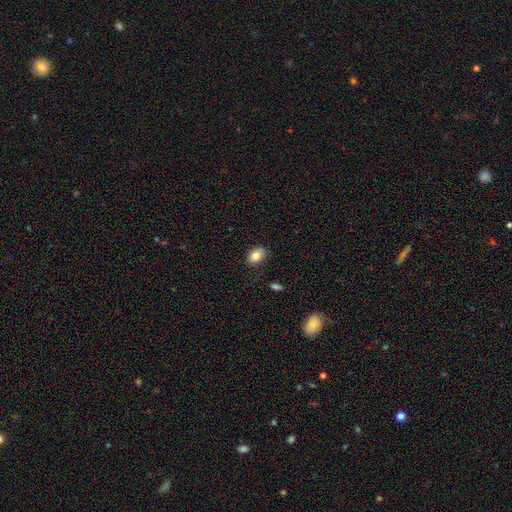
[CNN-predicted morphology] smooth-or-featured: smooth: 83% | featured or disk: 9% | star or artifact: 8%
  how-rounded: in between: 83% | round: 16% | cigar-shaped: 1%
  merging: none: 81% | minor disturbance: 14% | major disturbance: 3% | merger: 2%